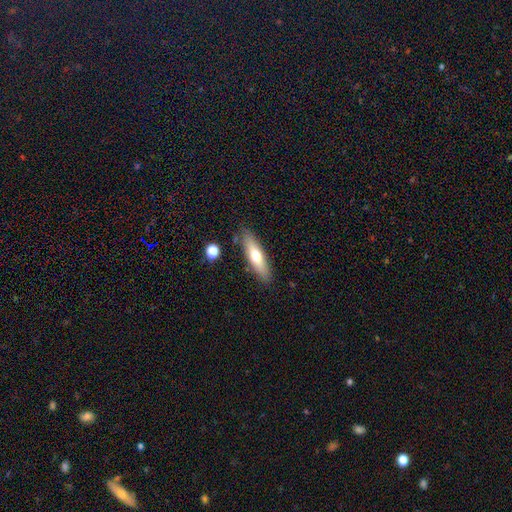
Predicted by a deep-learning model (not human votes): smooth_or_featured: smooth (p=0.59) [alt: featured or disk p=0.34]
how_rounded: cigar-shaped (p=0.60) [alt: in between p=0.38]
merging: none (p=0.84) [alt: minor disturbance p=0.11]